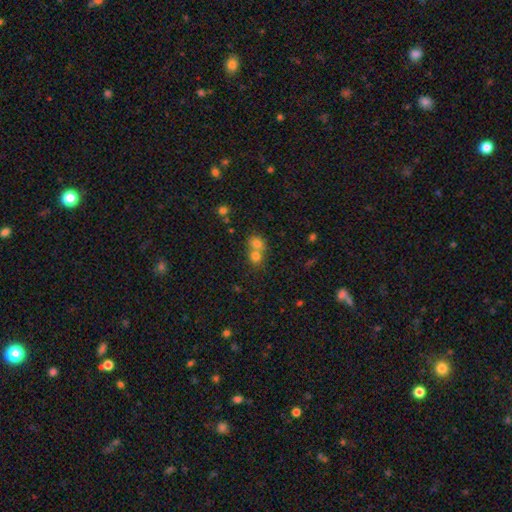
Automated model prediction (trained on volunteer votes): This is likely a smooth galaxy (72%). How rounded: likely round (74%). Merging: likely merger (62%).